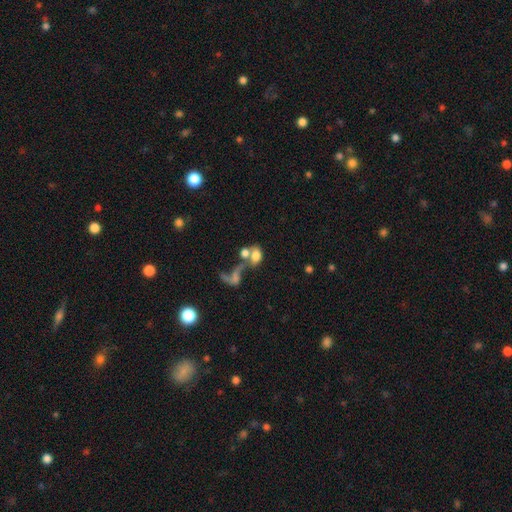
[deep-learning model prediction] smooth-or-featured: smooth: 62% | featured or disk: 27% | star or artifact: 12%
  how-rounded: in between: 74% | round: 23% | cigar-shaped: 3%
  merging: merger: 58% | none: 19% | major disturbance: 16% | minor disturbance: 7%